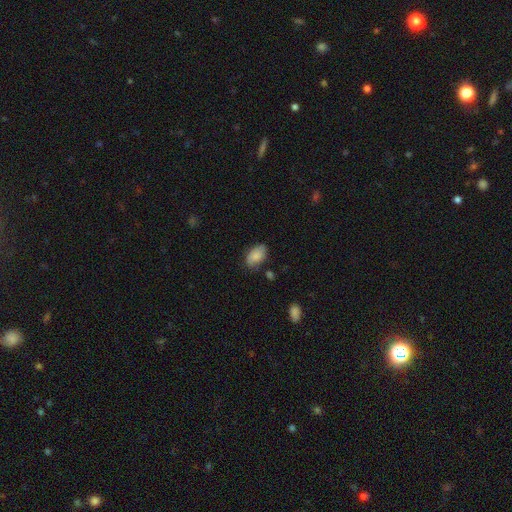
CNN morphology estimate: A smooth galaxy with no disk features (79%) that is in between round and cigar-shaped (91%). Merging: none (69%).